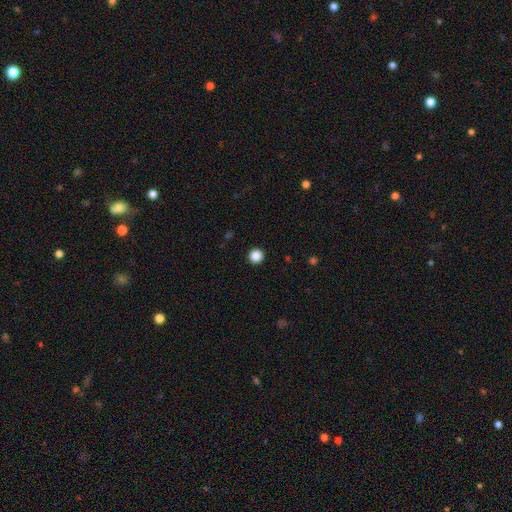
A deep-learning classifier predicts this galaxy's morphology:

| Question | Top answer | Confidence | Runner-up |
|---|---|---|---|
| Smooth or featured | smooth | 87% | star or artifact (11%) |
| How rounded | round | 95% | in between (4%) |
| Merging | none | 93% | minor disturbance (4%) |